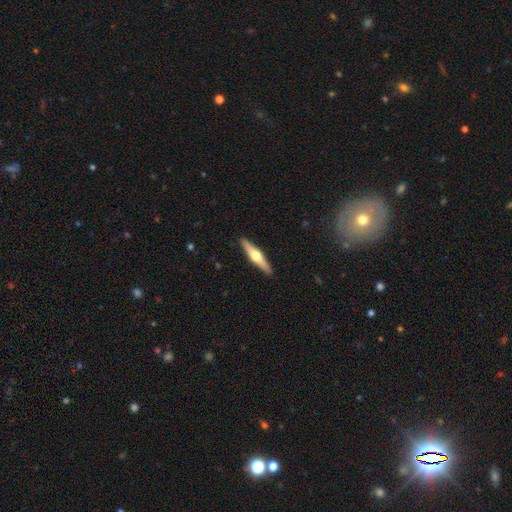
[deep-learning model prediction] The model was most divided on "smooth or featured": featured or disk: 60%, smooth: 35%, star or artifact: 5%. More confident: edge-on disk — yes (96%); edge-on bulge — rounded (94%); merging — none (92%).